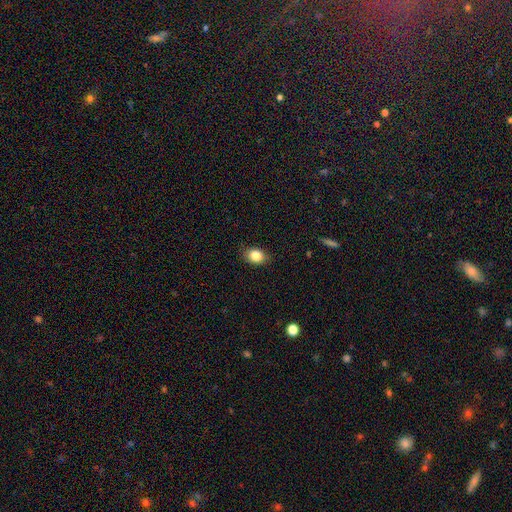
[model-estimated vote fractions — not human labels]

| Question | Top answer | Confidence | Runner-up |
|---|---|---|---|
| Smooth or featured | smooth | 84% | star or artifact (9%) |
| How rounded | in between | 71% | round (28%) |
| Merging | none | 84% | minor disturbance (12%) |